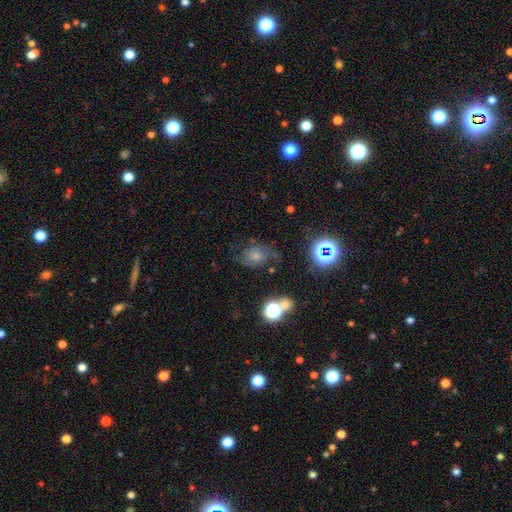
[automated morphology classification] Smooth or featured: featured or disk — 46% (smooth — 35%)
Merging: none — 54% (minor disturbance — 24%)